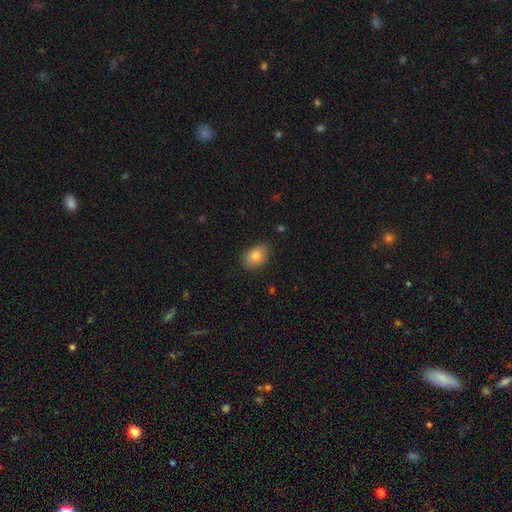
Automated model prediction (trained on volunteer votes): Overall: smooth (82%). How rounded: in between (77%). Merging: none (78%).